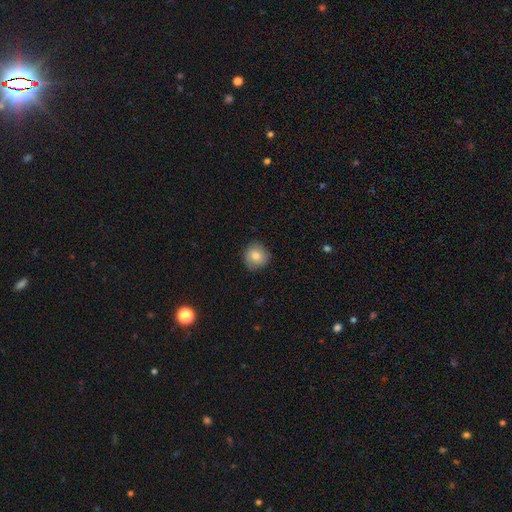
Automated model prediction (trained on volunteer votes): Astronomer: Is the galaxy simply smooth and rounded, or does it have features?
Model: smooth — 80%.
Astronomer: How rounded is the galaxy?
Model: round — 92%.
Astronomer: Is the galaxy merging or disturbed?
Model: none — 85%.